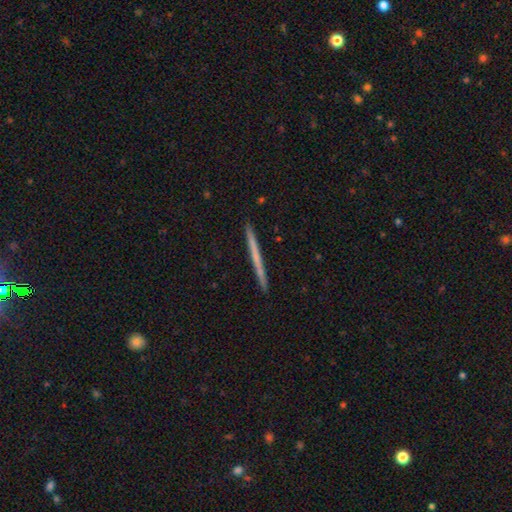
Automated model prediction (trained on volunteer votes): This appears to be a smooth galaxy with no disk features (48%). Merging: none (93%).